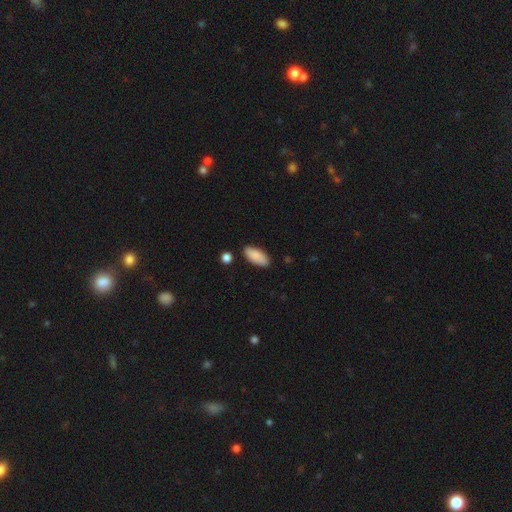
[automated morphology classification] type=smooth (88%); roundness=in between (86%); merging=none (84%).